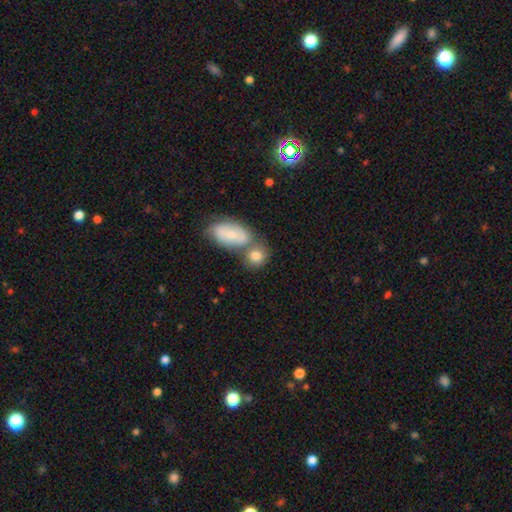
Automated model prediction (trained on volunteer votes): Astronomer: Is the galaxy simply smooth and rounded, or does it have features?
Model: smooth — 77%.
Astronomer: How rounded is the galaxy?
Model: round — 62%.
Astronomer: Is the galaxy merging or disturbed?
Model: merger — 46% (runner-up: none, 40%).